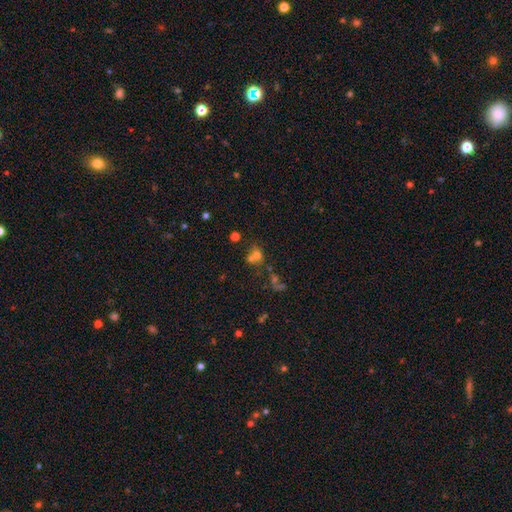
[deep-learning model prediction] smooth 60%, star or artifact 23%, featured or disk 16%. Down the decision tree: how rounded — round (71%); merging — merger (49%).